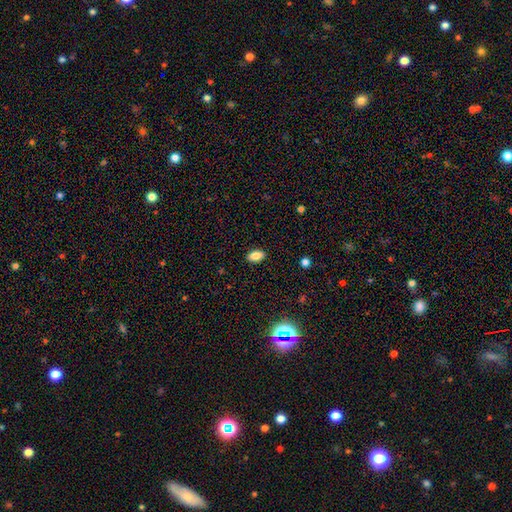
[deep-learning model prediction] Morphology: type=smooth (82%); roundness=in between (90%); merging=none (89%).